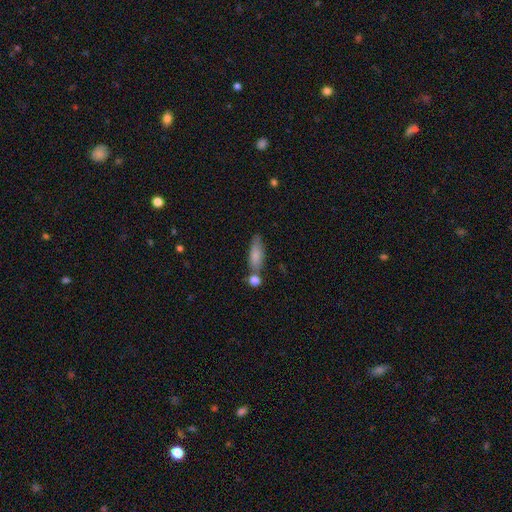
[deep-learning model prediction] smooth_or_featured: smooth (p=0.79) [alt: featured or disk p=0.14]
how_rounded: in between (p=0.54) [alt: cigar-shaped p=0.43]
merging: none (p=0.58) [alt: merger p=0.18]